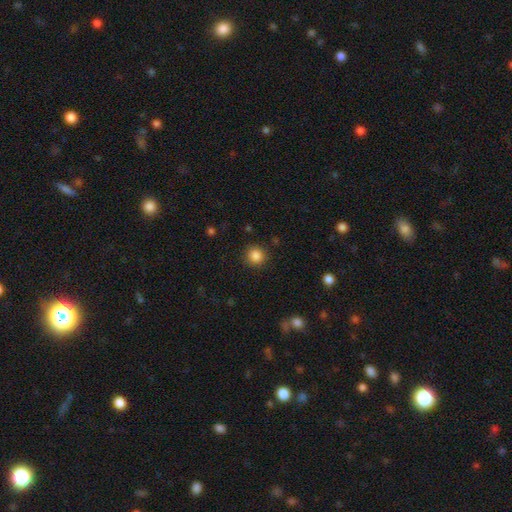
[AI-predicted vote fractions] The model was most divided on "smooth or featured": smooth: 86%, star or artifact: 11%, featured or disk: 4%. More confident: how rounded — round (92%); merging — none (89%).